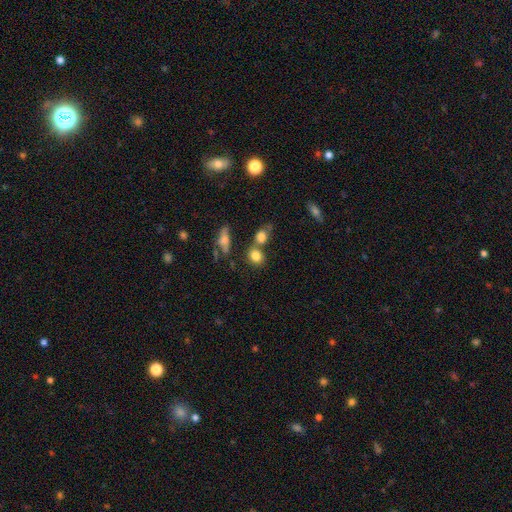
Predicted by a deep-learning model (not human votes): Smooth or featured: smooth — 81% (star or artifact — 10%)
How rounded: round — 56% (in between — 41%)
Merging: none — 53% (merger — 30%)